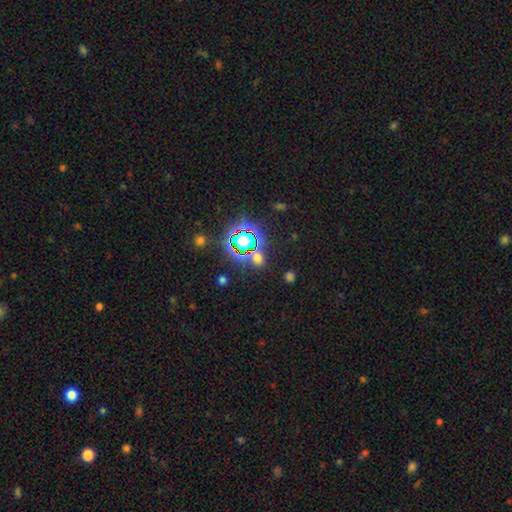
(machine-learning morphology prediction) smooth_or_featured: star or artifact (p=0.67) [alt: smooth p=0.25]